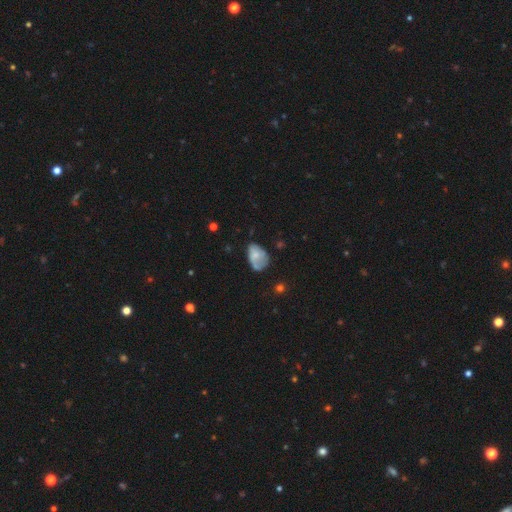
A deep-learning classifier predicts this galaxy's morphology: This appears to be a smooth galaxy with no disk features (61%) that is in between round and cigar-shaped (83%). Merging: none (35%, tied with minor disturbance).